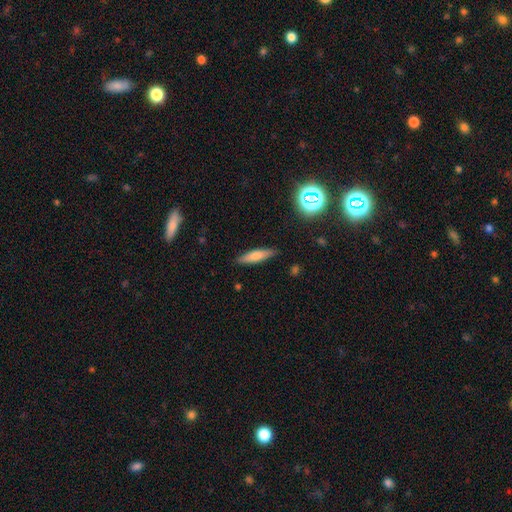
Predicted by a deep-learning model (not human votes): This appears to be a smooth galaxy with no disk features (69%) that is cigar-shaped (74%). Merging: none (87%).